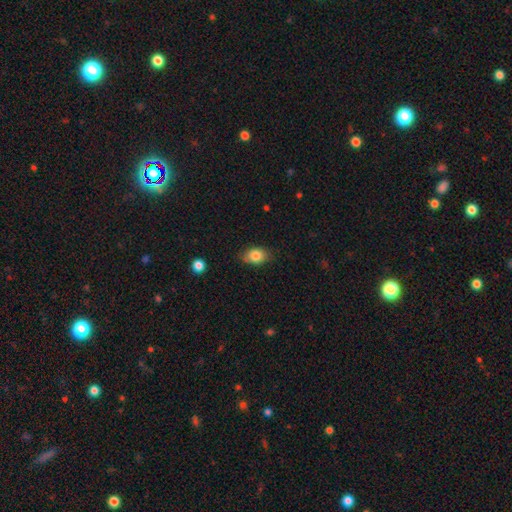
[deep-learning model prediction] smooth_or_featured: smooth (p=0.83) [alt: featured or disk p=0.09]
how_rounded: in between (p=0.73) [alt: round p=0.25]
merging: none (p=0.79) [alt: minor disturbance p=0.17]